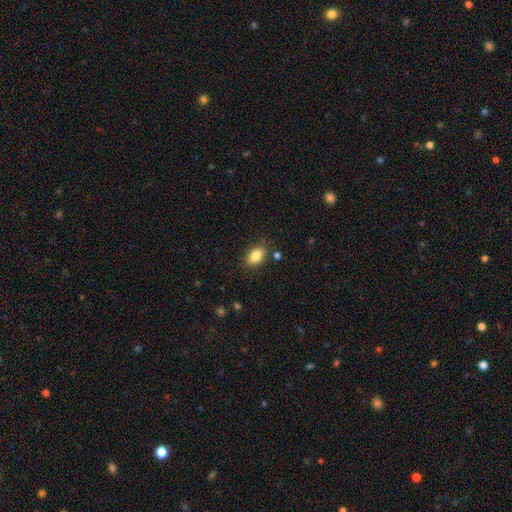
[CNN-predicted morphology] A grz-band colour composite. It shows a smooth galaxy with no disk features (85%) that is in between round and cigar-shaped (85%). Merging: none (82%).